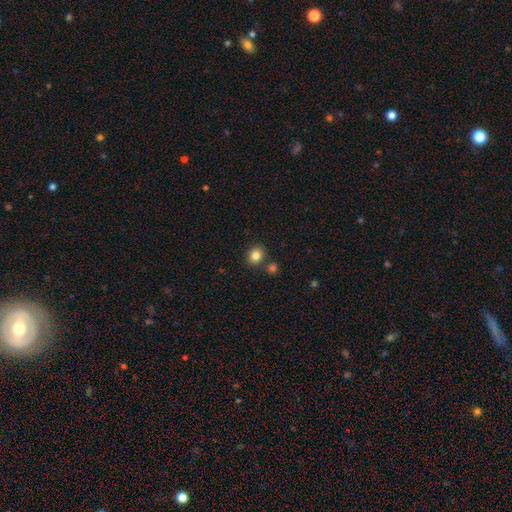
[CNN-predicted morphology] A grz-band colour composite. It shows a smooth galaxy with no disk features (84%) that is round (72%). Merging: none (79%).